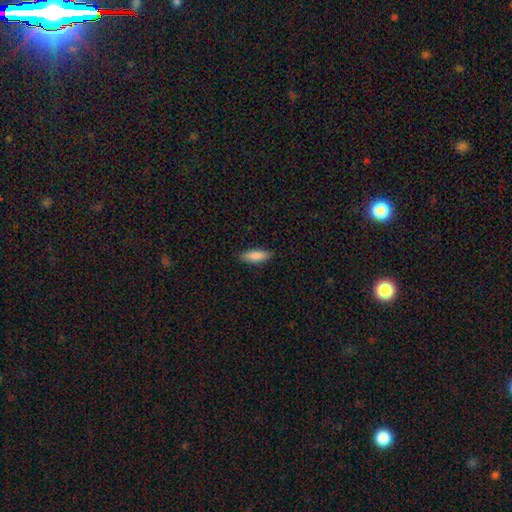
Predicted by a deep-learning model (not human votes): Smooth or featured?
  - smooth: 87% *
  - featured or disk: 7%
  - star or artifact: 6%
How rounded?
  - in between: 56% *
  - cigar-shaped: 42%
  - round: 2%
Merging?
  - none: 88% *
  - minor disturbance: 9%
  - major disturbance: 2%
  - merger: 1%